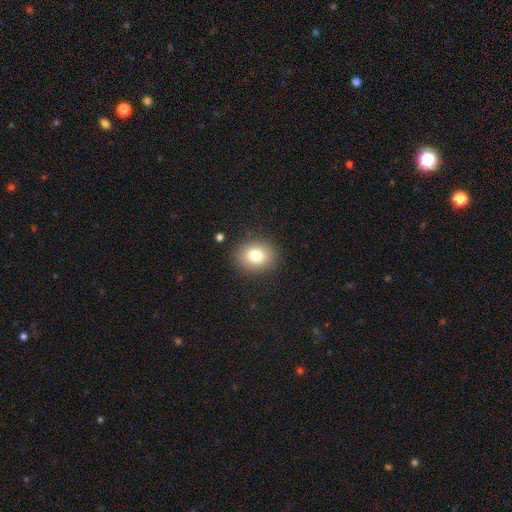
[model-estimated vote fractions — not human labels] This appears to be a smooth galaxy with no disk features (79%) that is round (56%). Merging: none (87%).